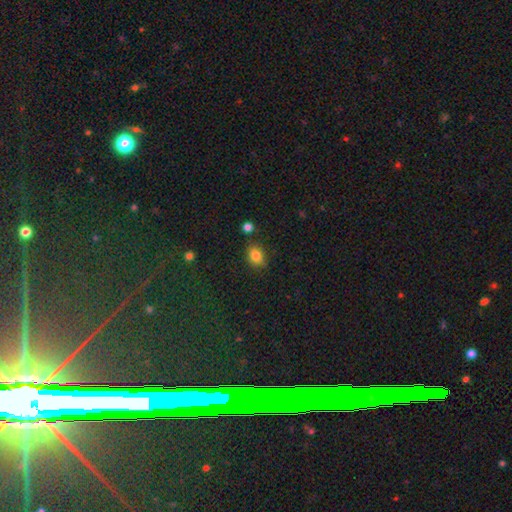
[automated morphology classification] This appears to be a smooth galaxy with no disk features (83%) that is in between round and cigar-shaped (58%). Merging: none (77%).